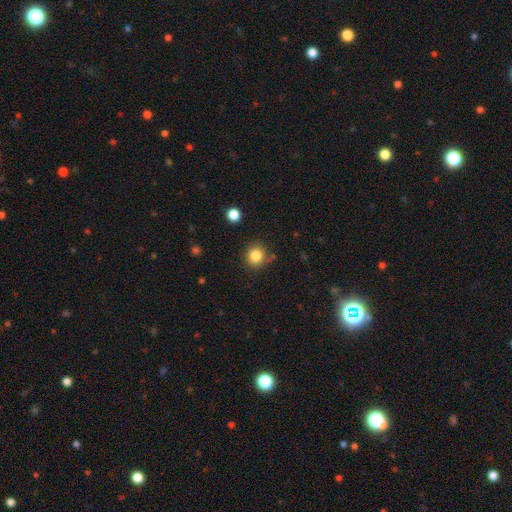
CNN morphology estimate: Smooth or featured: smooth — 84% (star or artifact — 11%)
How rounded: round — 89% (in between — 10%)
Merging: none — 83% (minor disturbance — 10%)